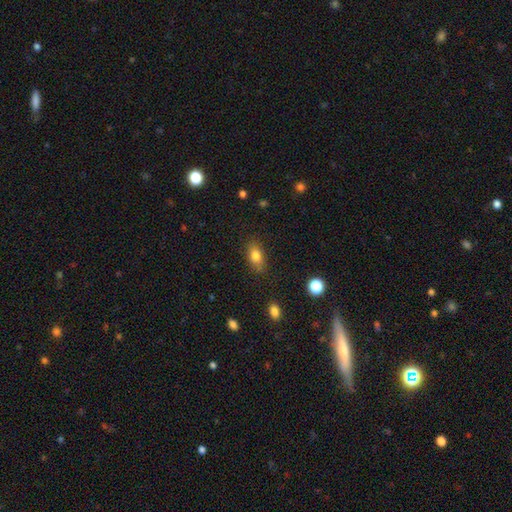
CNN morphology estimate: smooth 80%, featured or disk 10%, star or artifact 10%. Down the decision tree: how rounded — in between (81%); merging — none (82%).